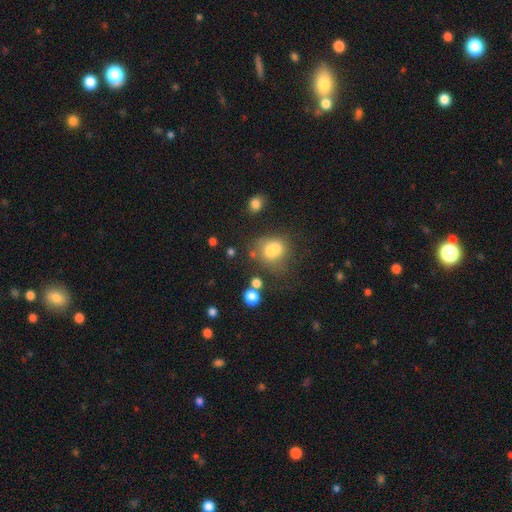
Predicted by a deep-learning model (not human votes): smooth 54%, star or artifact 38%, featured or disk 8%. Down the decision tree: how rounded — round (89%); merging — none (78%).